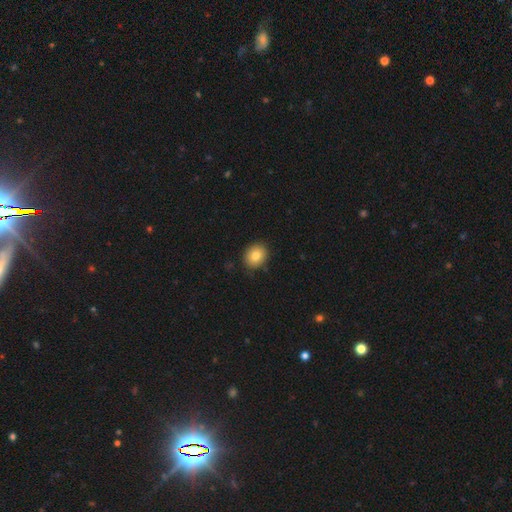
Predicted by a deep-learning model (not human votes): A smooth galaxy with no disk features (81%) that is round (56%). Merging: none (87%).